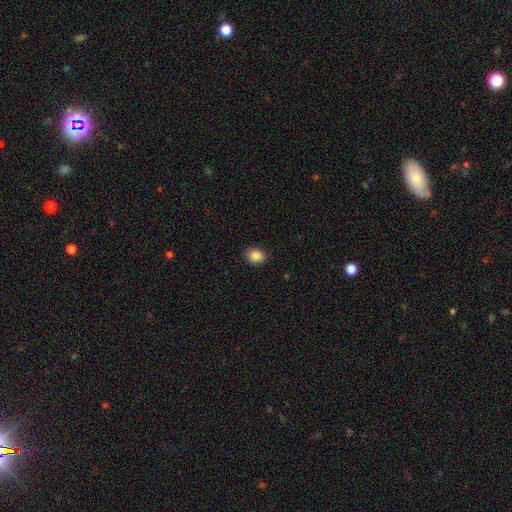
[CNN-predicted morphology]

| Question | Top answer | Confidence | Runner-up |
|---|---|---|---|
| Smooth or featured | smooth | 87% | star or artifact (10%) |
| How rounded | round | 59% | in between (40%) |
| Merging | none | 89% | minor disturbance (8%) |